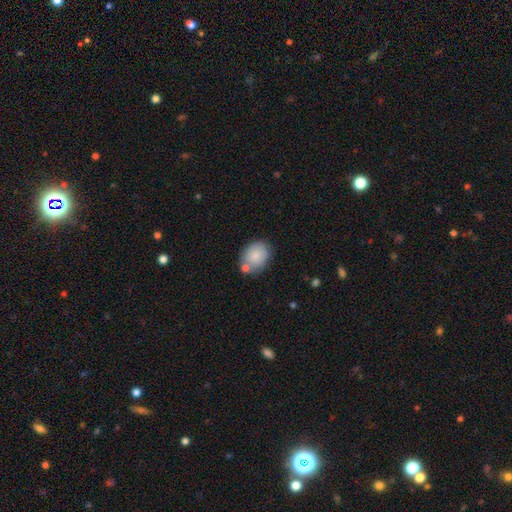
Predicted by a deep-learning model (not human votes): Smooth or featured? Predicted: smooth (p=0.83). How rounded? Predicted: in between (p=0.66). Merging? Predicted: none (p=0.65).